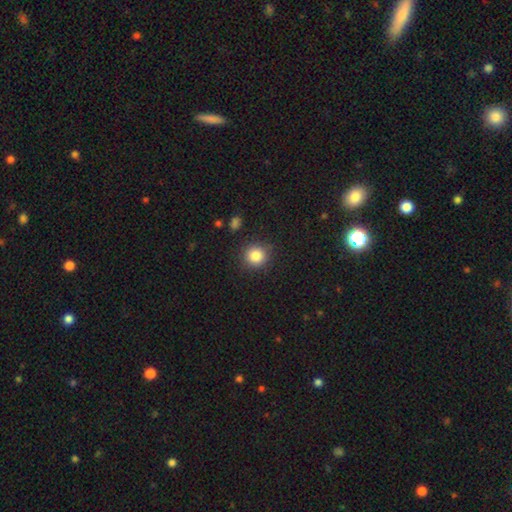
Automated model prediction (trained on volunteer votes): smooth_or_featured: smooth (p=0.84) [alt: star or artifact p=0.11]
how_rounded: round (p=0.92) [alt: in between p=0.07]
merging: none (p=0.88) [alt: minor disturbance p=0.08]